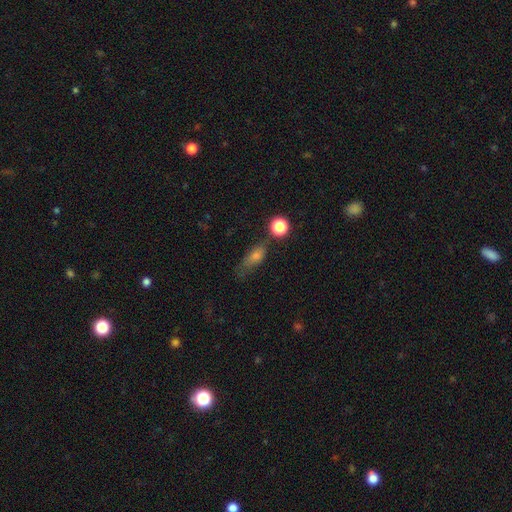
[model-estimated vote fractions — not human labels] This is likely a smooth galaxy (66%). How rounded: likely in between (60%). Merging: possibly none (52%).